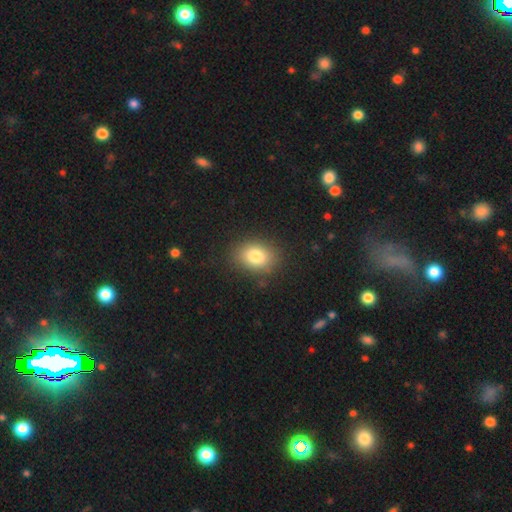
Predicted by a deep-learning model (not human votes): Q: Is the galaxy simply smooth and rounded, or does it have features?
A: smooth — 81%.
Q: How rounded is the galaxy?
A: in between — 66%.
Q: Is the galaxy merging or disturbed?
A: none — 85%.